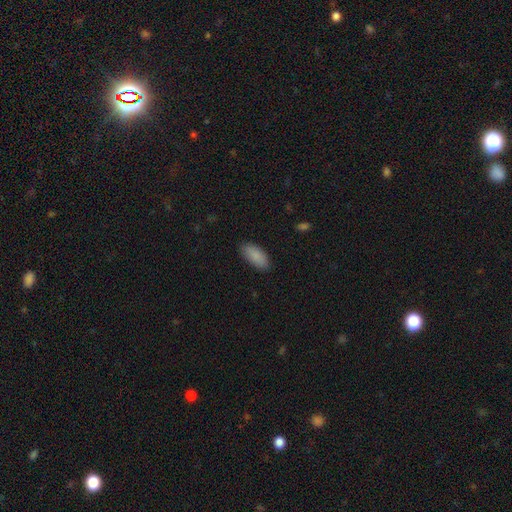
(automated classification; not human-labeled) smooth 88%, star or artifact 6%, featured or disk 5%. Down the decision tree: how rounded — in between (89%); merging — none (86%).